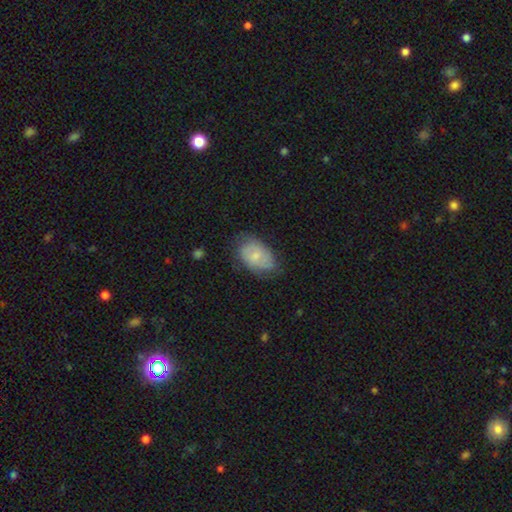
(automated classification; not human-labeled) smooth-or-featured: smooth: 59% | featured or disk: 34% | star or artifact: 7%
  how-rounded: in between: 87% | round: 11% | cigar-shaped: 1%
  merging: none: 61% | minor disturbance: 29% | major disturbance: 9% | merger: 1%